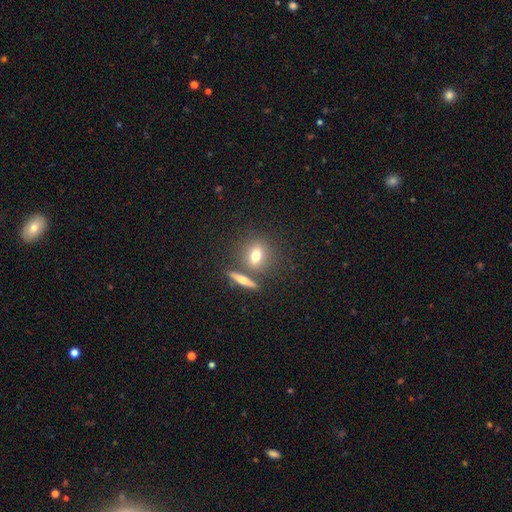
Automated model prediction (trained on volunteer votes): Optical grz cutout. It shows a smooth galaxy with no disk features (72%) that is round (60%). Merging: none (69%).